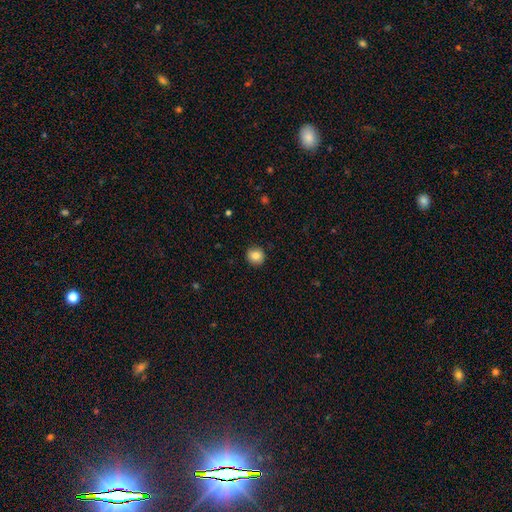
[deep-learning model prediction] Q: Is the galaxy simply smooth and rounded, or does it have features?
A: smooth — 84%.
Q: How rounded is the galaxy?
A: round — 90%.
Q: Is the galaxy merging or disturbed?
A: none — 90%.